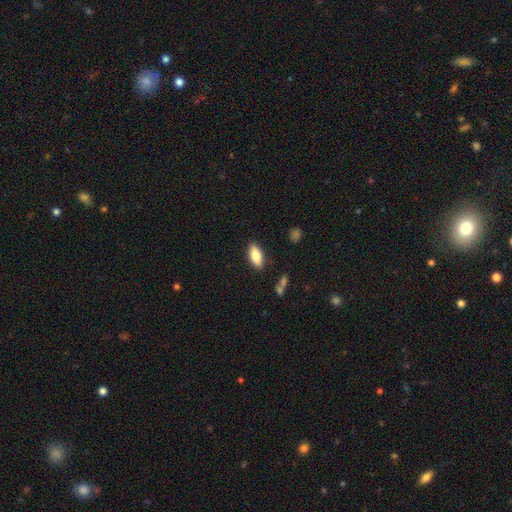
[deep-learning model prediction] A smooth galaxy with no disk features (74%) that is in between round and cigar-shaped (81%).

Vote fractions:
- Smooth or featured? smooth: 74% / featured or disk: 19% / star or artifact: 7%
- How rounded? in between: 81% / cigar-shaped: 17% / round: 3%
- Merging? none: 85% / minor disturbance: 10% / major disturbance: 2% / merger: 2%